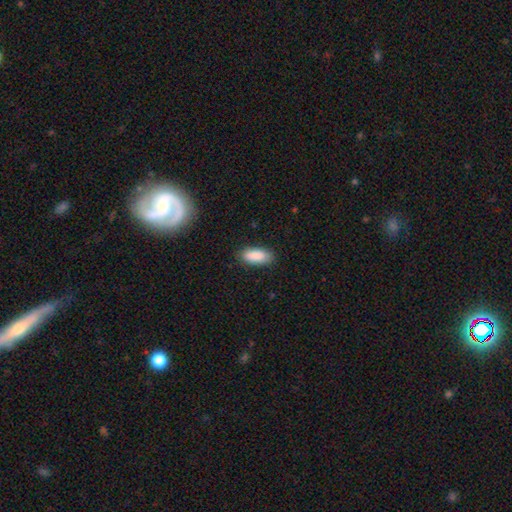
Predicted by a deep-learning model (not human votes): Smooth or featured?
  - smooth: 89% *
  - star or artifact: 6%
  - featured or disk: 4%
How rounded?
  - in between: 85% *
  - cigar-shaped: 13%
  - round: 2%
Merging?
  - none: 86% *
  - minor disturbance: 11%
  - major disturbance: 2%
  - merger: 1%